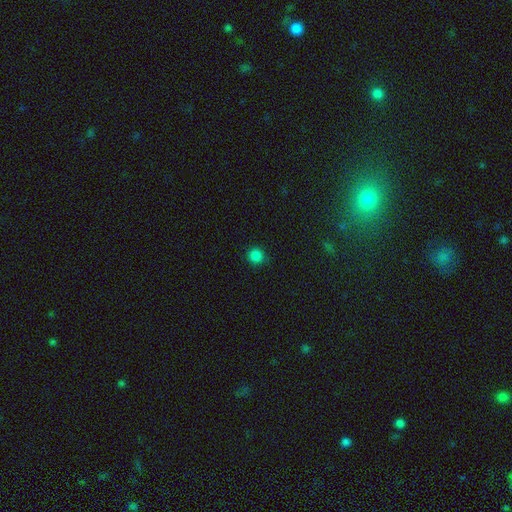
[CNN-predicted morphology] smooth-or-featured: smooth: 83% | star or artifact: 15% | featured or disk: 3%
  how-rounded: round: 93% | in between: 6% | cigar-shaped: 1%
  merging: none: 88% | minor disturbance: 8% | major disturbance: 2% | merger: 1%